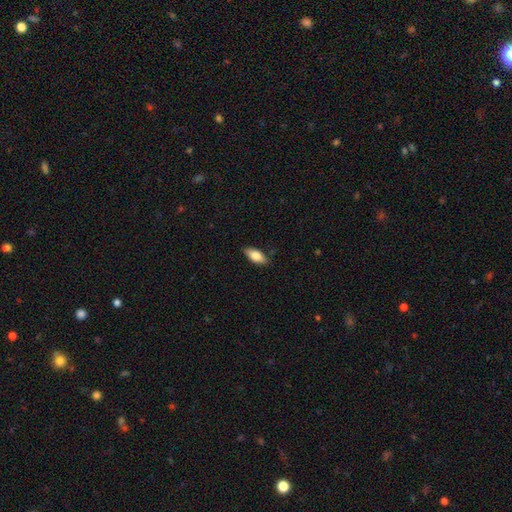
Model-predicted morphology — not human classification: Smooth or featured: smooth — 77% (featured or disk — 16%)
How rounded: in between — 83% (cigar-shaped — 14%)
Merging: none — 86% (minor disturbance — 11%)